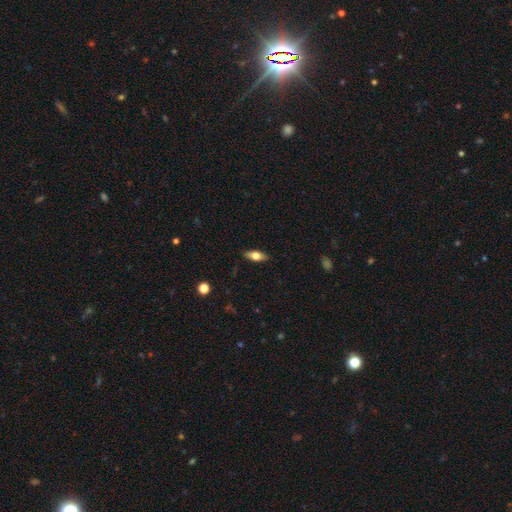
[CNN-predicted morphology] A smooth galaxy with no disk features (59%) that is in between round and cigar-shaped (76%).

Vote fractions:
- Smooth or featured? smooth: 59% / featured or disk: 34% / star or artifact: 7%
- How rounded? in between: 76% / cigar-shaped: 20% / round: 4%
- Merging? none: 88% / minor disturbance: 9% / major disturbance: 2% / merger: 1%